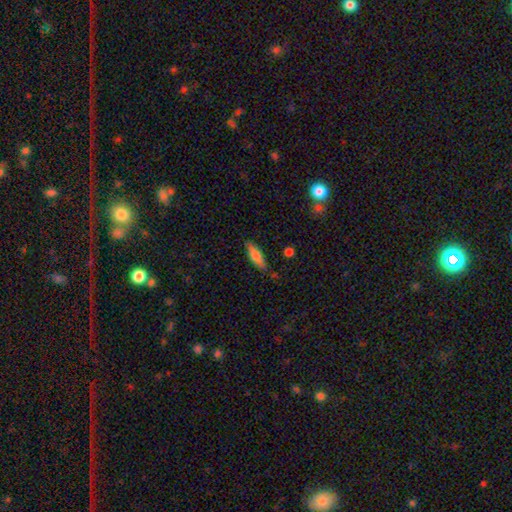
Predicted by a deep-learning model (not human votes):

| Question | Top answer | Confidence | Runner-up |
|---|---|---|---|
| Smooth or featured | smooth | 71% | featured or disk (22%) |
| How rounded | in between | 50% | cigar-shaped (48%) |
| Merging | none | 82% | minor disturbance (13%) |